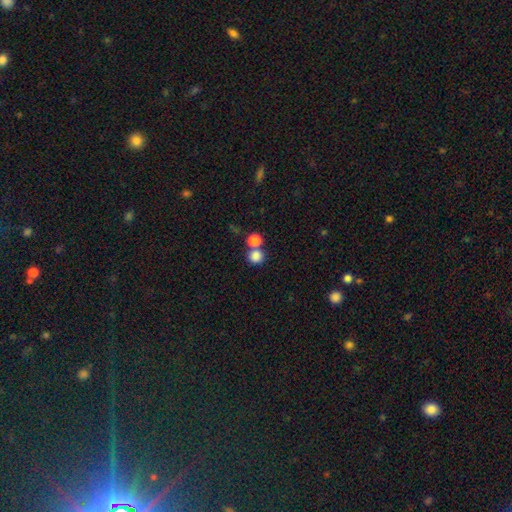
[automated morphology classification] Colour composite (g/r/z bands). It shows a smooth galaxy with no disk features (83%) that is round (88%). Merging: none (57%).